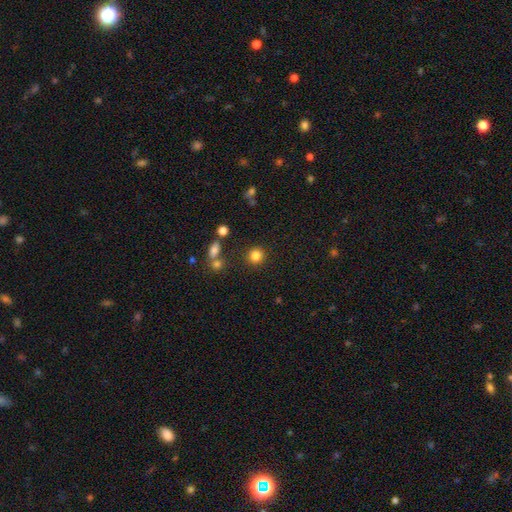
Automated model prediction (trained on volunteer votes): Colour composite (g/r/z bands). It shows a smooth galaxy with no disk features (83%) that is round (91%). Merging: none (86%).